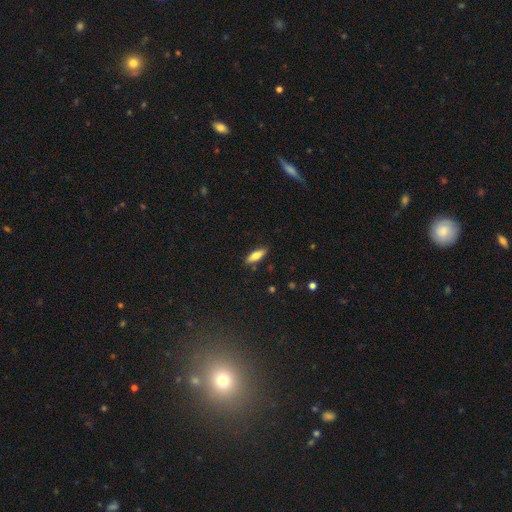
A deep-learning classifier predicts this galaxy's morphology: Smooth or featured: smooth — 75% (featured or disk — 18%)
How rounded: in between — 58% (cigar-shaped — 40%)
Merging: none — 86% (minor disturbance — 11%)